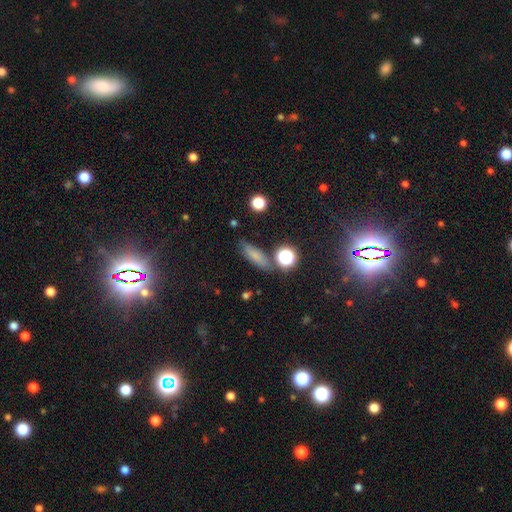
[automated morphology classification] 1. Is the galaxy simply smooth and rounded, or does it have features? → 70% smooth, 16% star or artifact, 14% featured or disk.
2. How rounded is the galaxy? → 50% cigar-shaped, 41% in between, 10% round.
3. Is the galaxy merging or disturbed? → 76% none, 14% minor disturbance, 5% merger, 4% major disturbance.